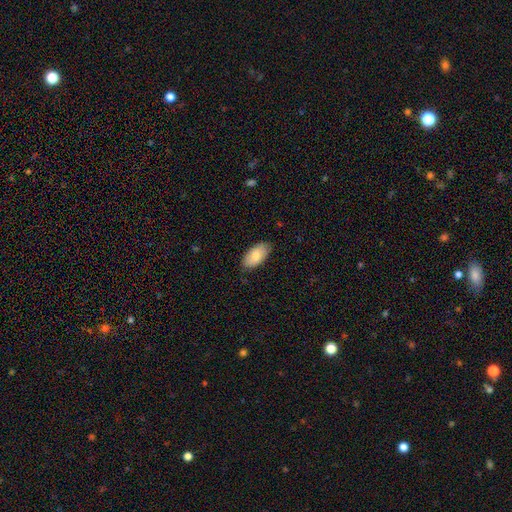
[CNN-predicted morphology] A smooth galaxy with no disk features (82%) that is in between round and cigar-shaped (94%).

Vote fractions:
- Smooth or featured? smooth: 82% / featured or disk: 12% / star or artifact: 6%
- How rounded? in between: 94% / cigar-shaped: 4% / round: 2%
- Merging? none: 84% / minor disturbance: 13% / major disturbance: 2% / merger: 1%